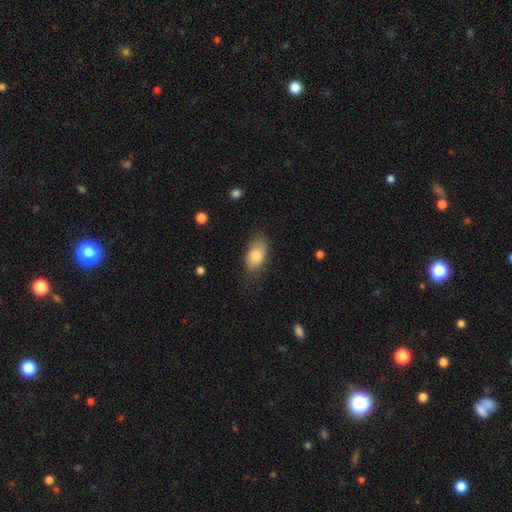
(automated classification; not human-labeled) Smooth or featured?
  - smooth: 82% *
  - featured or disk: 11%
  - star or artifact: 7%
How rounded?
  - in between: 92% *
  - round: 5%
  - cigar-shaped: 3%
Merging?
  - none: 74% *
  - minor disturbance: 20%
  - major disturbance: 5%
  - merger: 1%